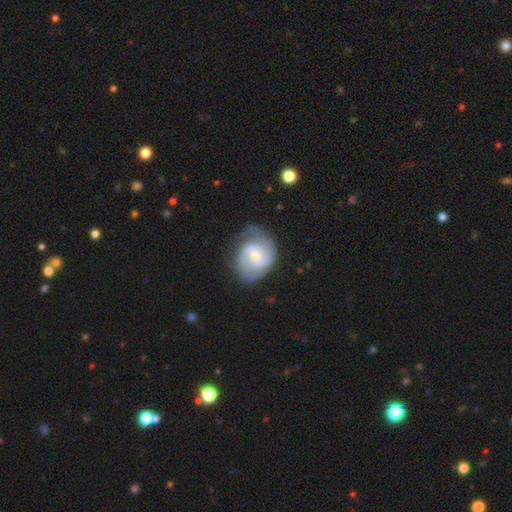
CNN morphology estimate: Q: Smooth or featured?
A: featured or disk (84%); runner-up: smooth (11%)
Q: Edge-on disk?
A: no (98%); runner-up: yes (2%)
Q: Bar?
A: no (63%); runner-up: weak (32%)
Q: Spiral arms?
A: yes (97%); runner-up: no (3%)
Q: Spiral winding?
A: medium (47%); runner-up: tight (41%)
Q: Spiral arm count?
A: 2 (65%); runner-up: 3 (16%)
Q: Bulge size?
A: small (62%); runner-up: moderate (34%)
Q: Merging?
A: none (66%); runner-up: minor disturbance (22%)